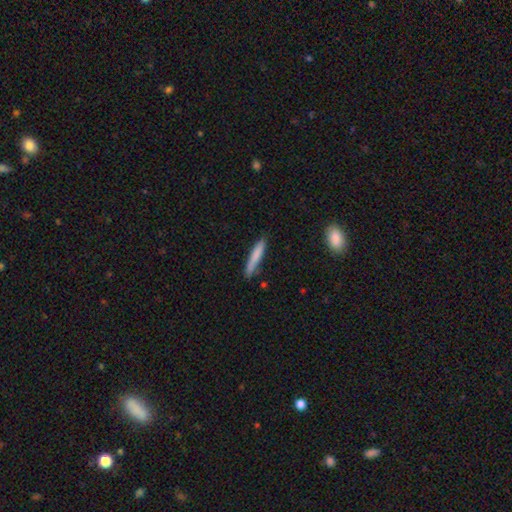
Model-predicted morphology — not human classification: smooth_or_featured: smooth (p=0.80) [alt: featured or disk p=0.14]
how_rounded: cigar-shaped (p=0.93) [alt: in between p=0.06]
merging: none (p=0.80) [alt: minor disturbance p=0.15]